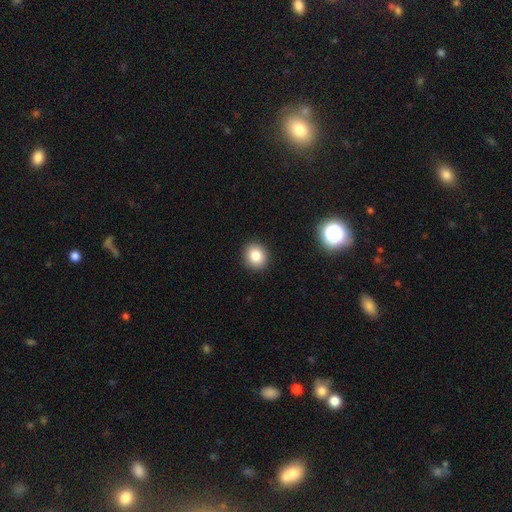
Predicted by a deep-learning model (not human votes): This is clearly a smooth galaxy (83%). How rounded: likely round (77%). Merging: clearly none (91%).